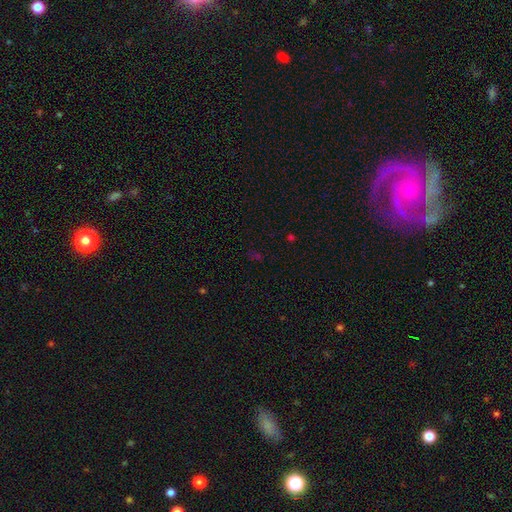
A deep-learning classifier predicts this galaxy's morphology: A star or artifact, not a galaxy (58%).